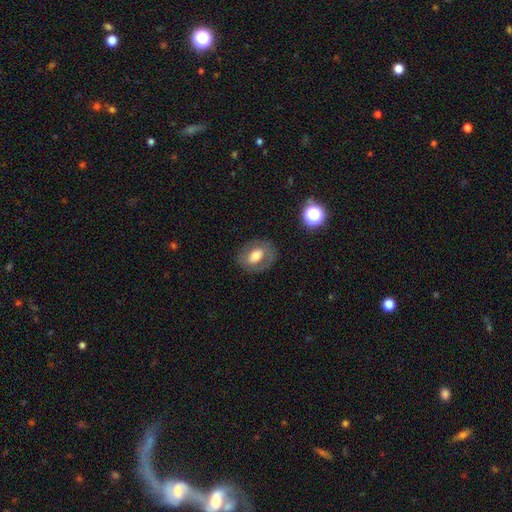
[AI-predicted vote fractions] A smooth galaxy with no disk features (58%) that is in between round and cigar-shaped (70%). Merging: none (80%).